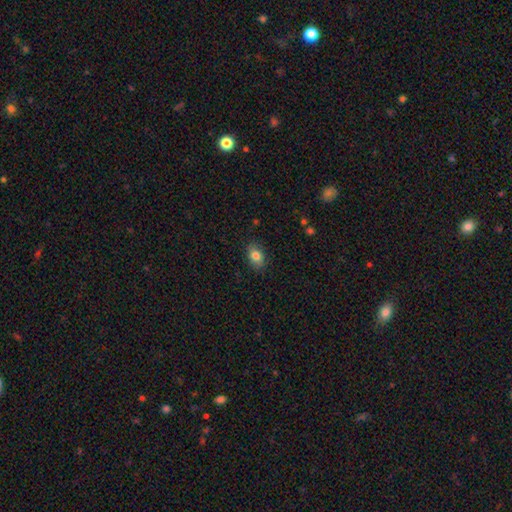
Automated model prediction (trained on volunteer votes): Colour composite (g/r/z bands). It shows a smooth galaxy with no disk features (82%) that is in between round and cigar-shaped (81%). Merging: none (86%).